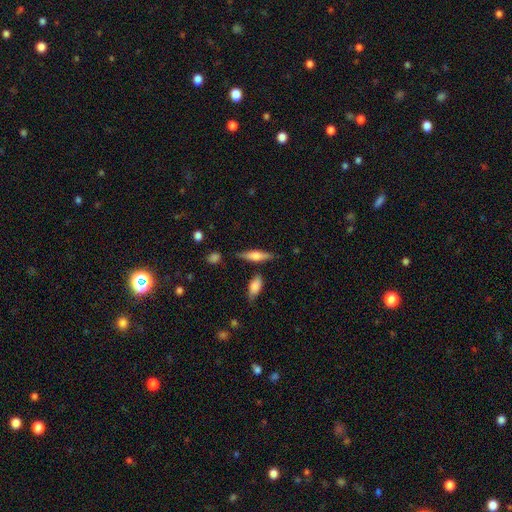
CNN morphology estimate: This is possibly a featured or disk galaxy (47%). Merging: likely none (77%).